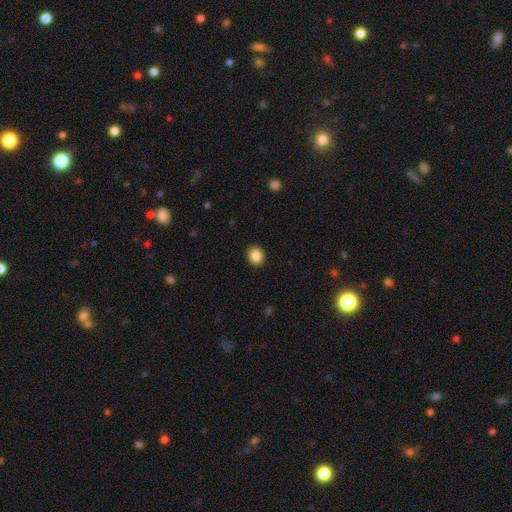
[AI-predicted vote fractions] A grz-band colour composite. It shows a smooth galaxy with no disk features (87%) that is round (64%). Merging: none (91%).